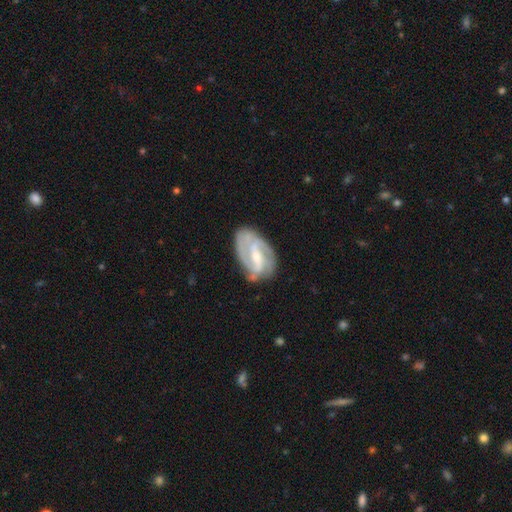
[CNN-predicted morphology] This is clearly a featured or disk galaxy (84%). It is clearly not viewed edge-on (96%). Bar: possibly weak (45%). Spiral arm pattern: clearly yes (94%). Spiral arm count: possibly 2 (45%). Spiral winding: marginally medium (44%). Central bulge: possibly small (55%). Merging: likely none (68%).